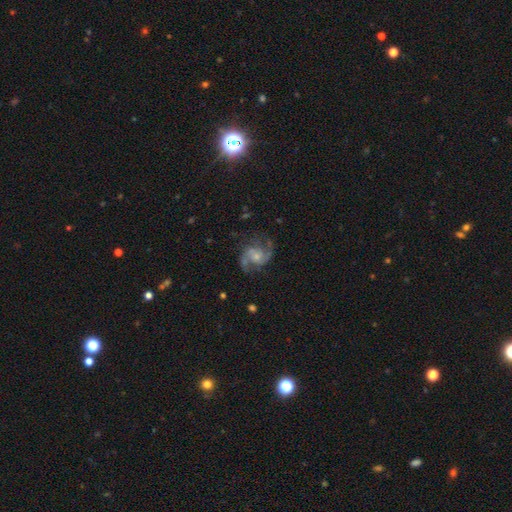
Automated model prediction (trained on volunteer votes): This is clearly a featured or disk galaxy (84%). It is clearly not viewed edge-on (98%). Bar: likely no (62%). Spiral arm pattern: clearly yes (95%). Spiral arm count: likely 2 (75%). Spiral winding: possibly medium (53%). Central bulge: possibly small (58%). Merging: likely none (66%).